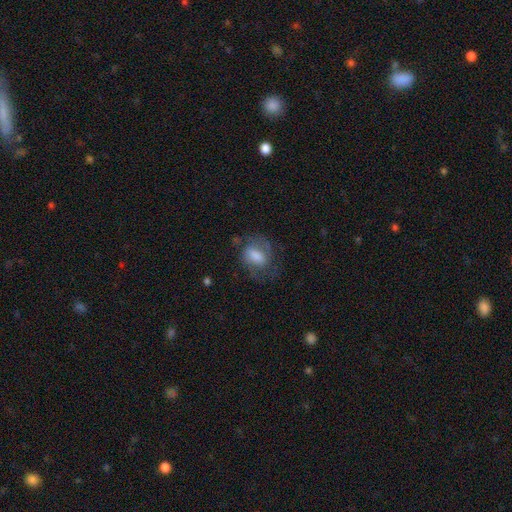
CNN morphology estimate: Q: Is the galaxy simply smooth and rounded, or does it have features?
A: smooth — 52%.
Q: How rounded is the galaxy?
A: in between — 74%.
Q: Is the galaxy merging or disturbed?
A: none — 55%.